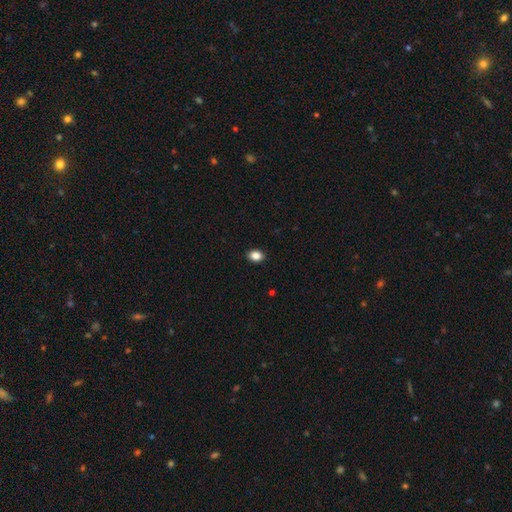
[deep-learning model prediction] Smooth or featured?
  - smooth: 87% *
  - star or artifact: 9%
  - featured or disk: 4%
How rounded?
  - in between: 70% *
  - round: 28%
  - cigar-shaped: 1%
Merging?
  - none: 90% *
  - minor disturbance: 7%
  - major disturbance: 2%
  - merger: 1%